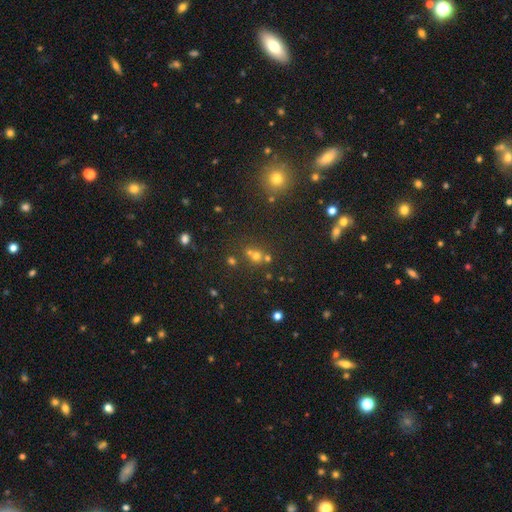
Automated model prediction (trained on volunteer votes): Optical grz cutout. It shows a smooth galaxy with no disk features (53%) that is round (83%). Merging: none (54%).